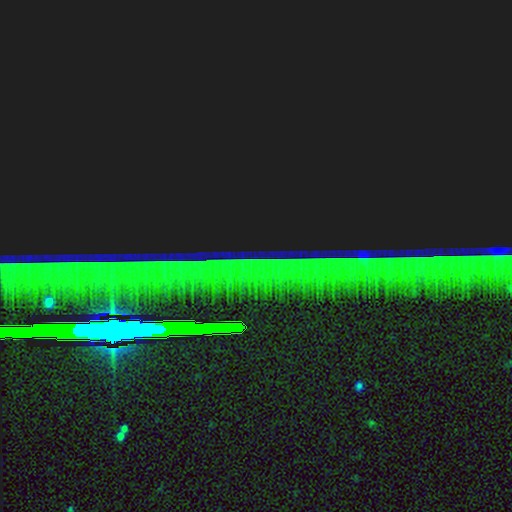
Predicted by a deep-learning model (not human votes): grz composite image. It shows a star or artifact, not a galaxy (86%).